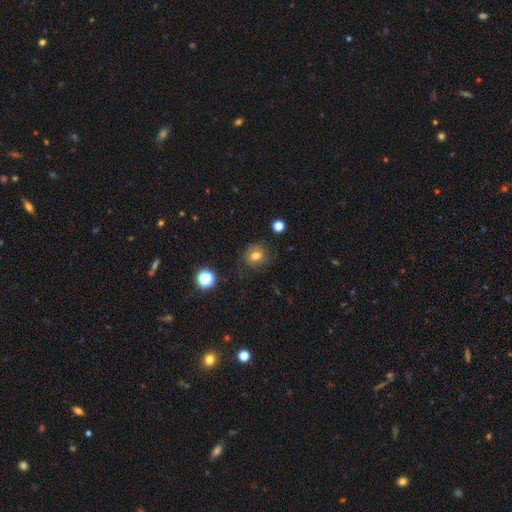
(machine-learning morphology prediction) The model was most divided on "smooth or featured": smooth: 67%, featured or disk: 17%, star or artifact: 16%. More confident: merging — none (78%); how rounded — round (76%).